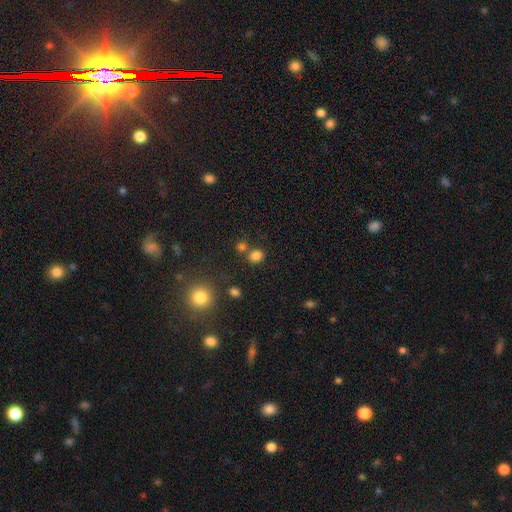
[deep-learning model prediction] smooth_or_featured: smooth (p=0.80) [alt: star or artifact p=0.15]
how_rounded: round (p=0.64) [alt: in between p=0.35]
merging: none (p=0.69) [alt: merger p=0.18]